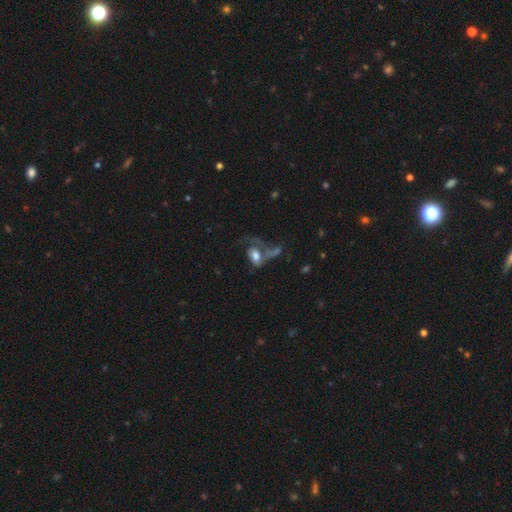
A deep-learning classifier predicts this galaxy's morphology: smooth 48%, featured or disk 42%, star or artifact 10%. Down the decision tree: merging — major disturbance (35%).